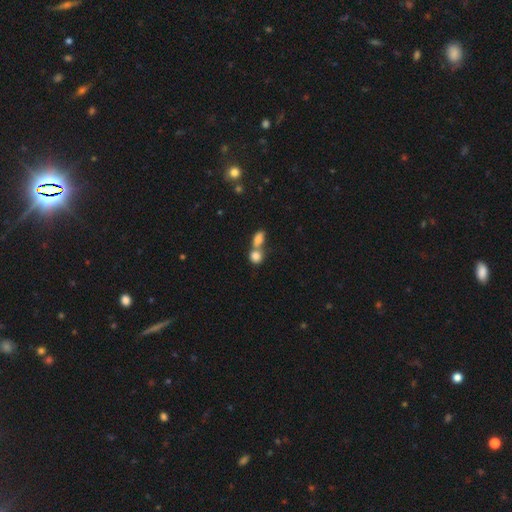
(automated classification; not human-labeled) This appears to be a smooth galaxy with no disk features (82%) that is round (60%). Merging: merger (62%).